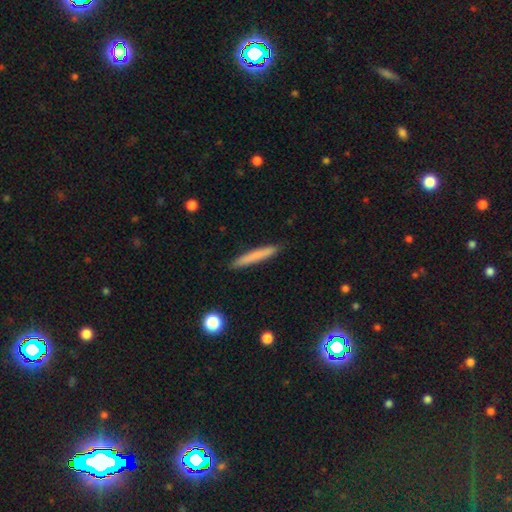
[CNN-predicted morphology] A smooth galaxy with no disk features (75%) that is cigar-shaped (96%). Merging: none (91%).